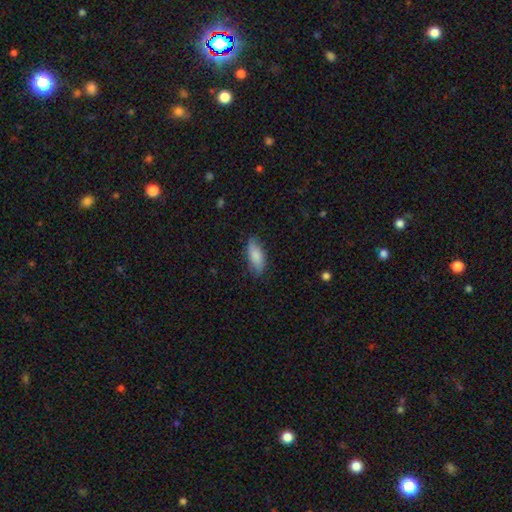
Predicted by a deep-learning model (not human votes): Overall: smooth (83%). How rounded: in between (75%). Merging: none (79%).